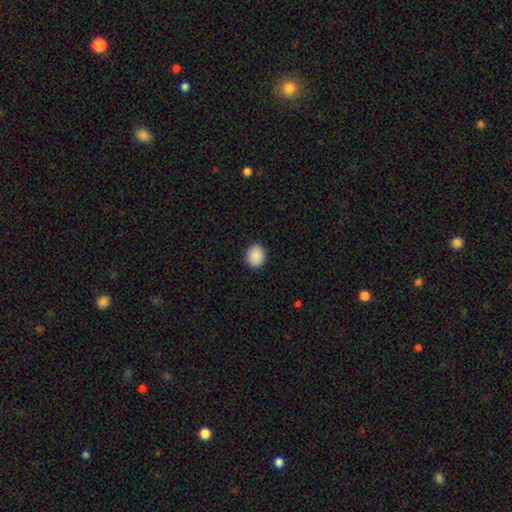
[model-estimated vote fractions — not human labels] Smooth or featured: smooth — 90% (star or artifact — 8%)
How rounded: round — 71% (in between — 28%)
Merging: none — 90% (minor disturbance — 7%)